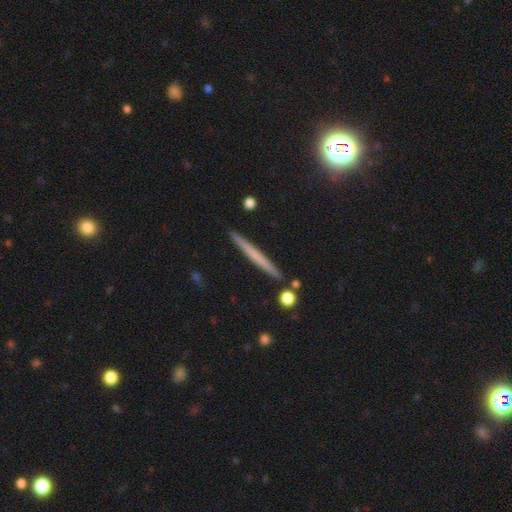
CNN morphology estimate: A smooth galaxy with no disk features (51%) that is cigar-shaped (97%).

Vote fractions:
- Smooth or featured? smooth: 51% / featured or disk: 42% / star or artifact: 7%
- How rounded? cigar-shaped: 97% / in between: 2% / round: 2%
- Merging? none: 90% / minor disturbance: 6% / merger: 2% / major disturbance: 1%